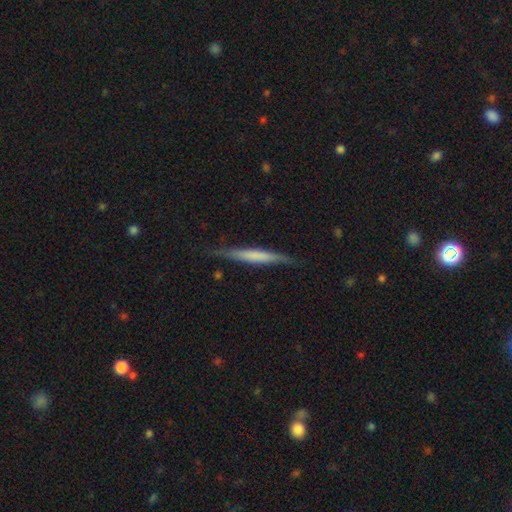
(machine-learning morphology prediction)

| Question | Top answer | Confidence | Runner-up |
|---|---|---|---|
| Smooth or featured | smooth | 49% | featured or disk (46%) |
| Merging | none | 81% | minor disturbance (14%) |